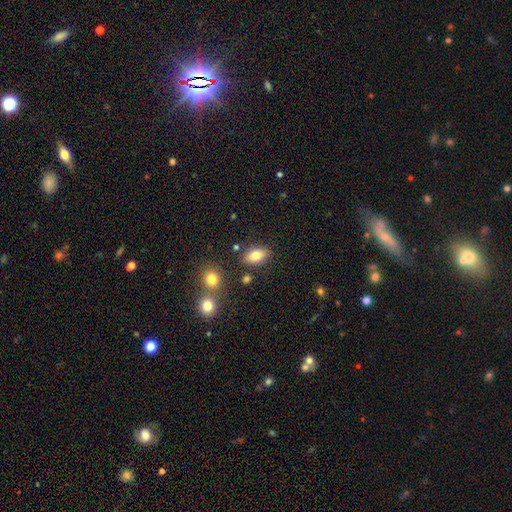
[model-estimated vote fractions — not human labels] This is likely a smooth galaxy (78%). How rounded: clearly in between (87%). Merging: clearly none (82%).